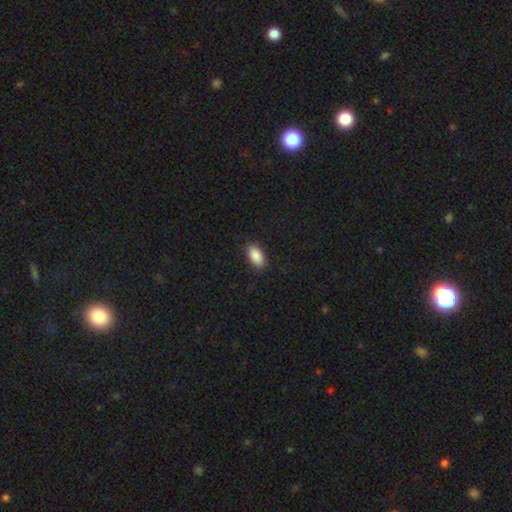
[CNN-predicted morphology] Overall: smooth (89%). How rounded: in between (93%). Merging: none (87%).